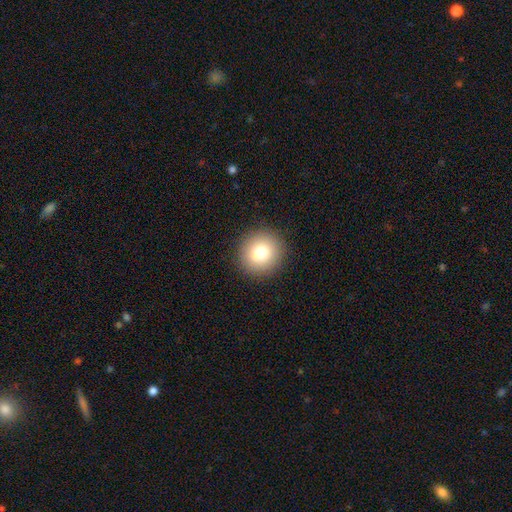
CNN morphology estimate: This is likely a smooth galaxy (73%). How rounded: clearly round (90%). Merging: clearly none (82%).